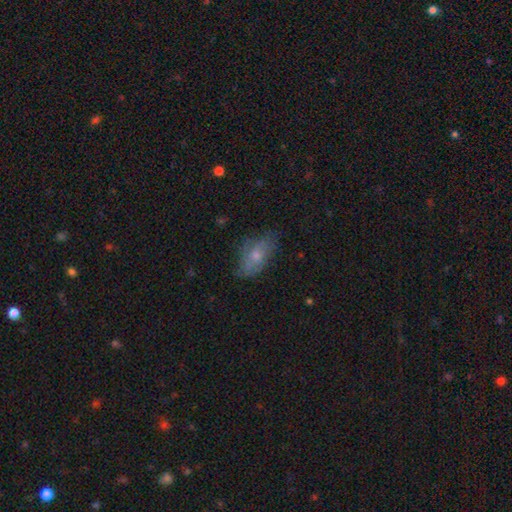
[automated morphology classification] This appears to be a smooth galaxy with no disk features (62%) that is in between round and cigar-shaped (88%). Merging: none (59%).